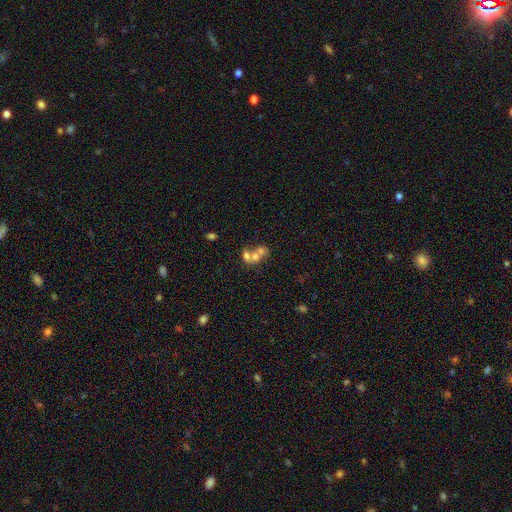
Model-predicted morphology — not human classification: This is possibly a smooth galaxy (56%). How rounded: possibly in between (54%). Merging: likely merger (69%).